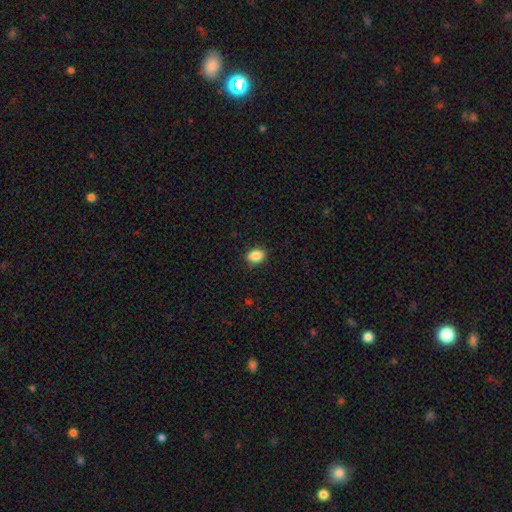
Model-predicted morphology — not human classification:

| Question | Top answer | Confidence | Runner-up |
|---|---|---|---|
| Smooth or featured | smooth | 87% | star or artifact (9%) |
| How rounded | in between | 75% | round (24%) |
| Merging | none | 88% | minor disturbance (9%) |